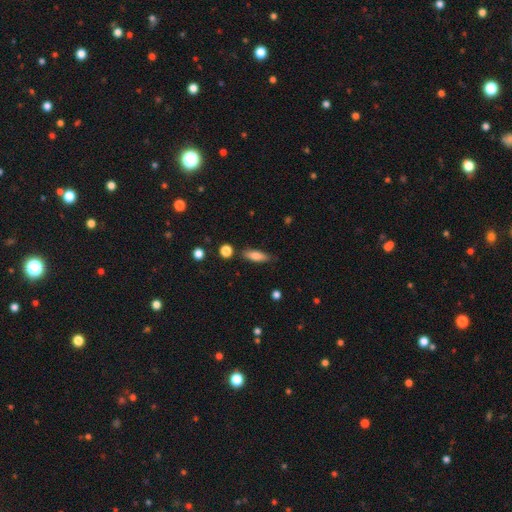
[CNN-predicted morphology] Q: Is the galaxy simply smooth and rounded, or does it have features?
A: smooth — 77%.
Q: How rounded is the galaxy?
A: in between — 59%.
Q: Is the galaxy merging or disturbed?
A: none — 81%.